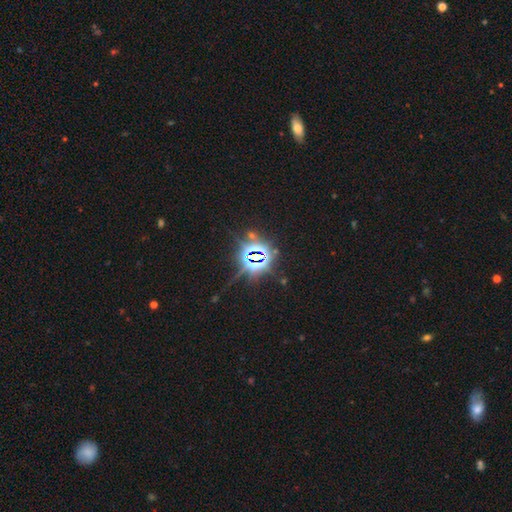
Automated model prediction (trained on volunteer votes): Smooth or featured?
  - star or artifact: 85% *
  - smooth: 8%
  - featured or disk: 7%